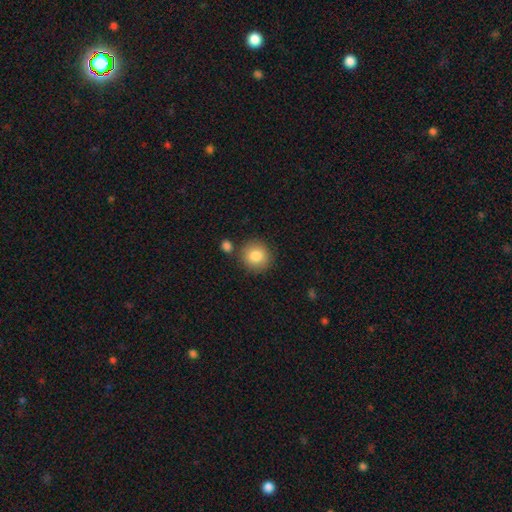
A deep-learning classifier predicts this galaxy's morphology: type=smooth (85%); roundness=round (90%); merging=none (80%).